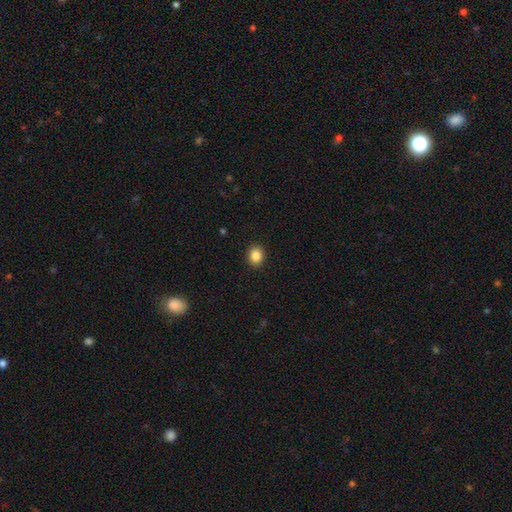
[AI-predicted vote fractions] This appears to be a smooth galaxy with no disk features (86%) that is round (61%). Merging: none (91%).